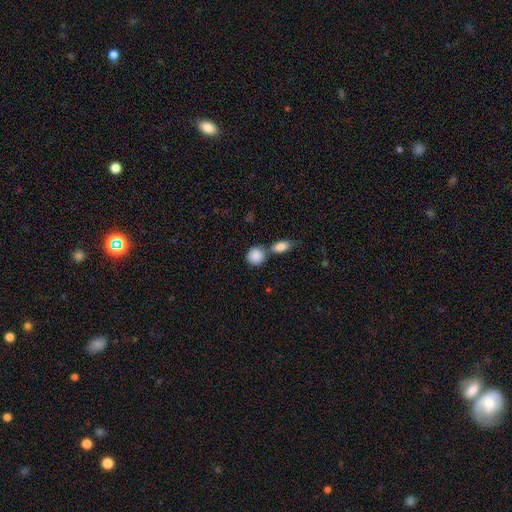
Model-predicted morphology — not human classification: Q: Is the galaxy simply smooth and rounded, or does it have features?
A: smooth — 88%.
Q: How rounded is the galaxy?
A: round — 78%.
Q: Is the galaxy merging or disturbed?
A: none — 55%.